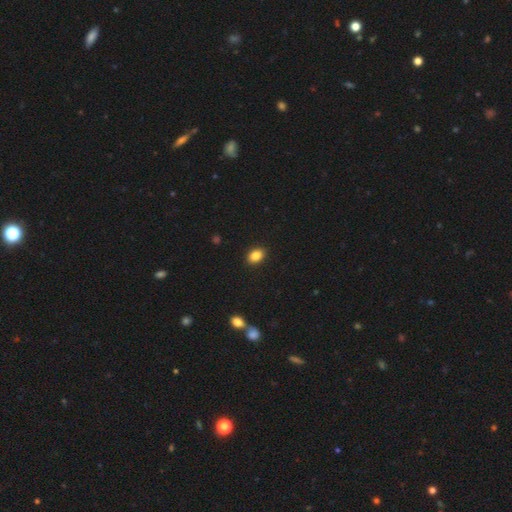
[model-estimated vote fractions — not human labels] Smooth or featured: smooth — 86% (star or artifact — 9%)
How rounded: in between — 77% (round — 21%)
Merging: none — 90% (minor disturbance — 7%)